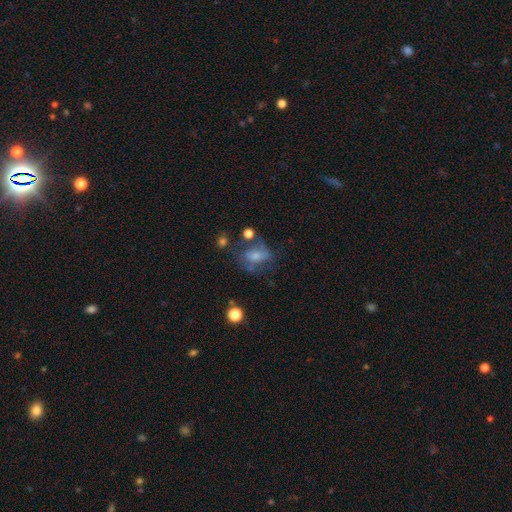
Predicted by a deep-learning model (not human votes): Morphology: type=smooth (54%); roundness=in between (64%); merging=none (41%).